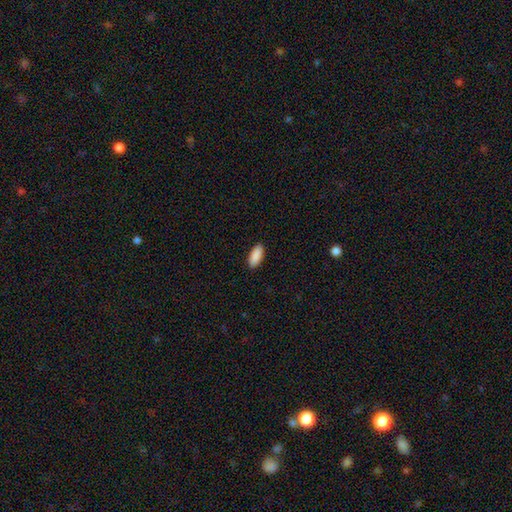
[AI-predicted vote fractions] Q: Smooth or featured?
A: smooth (91%); runner-up: star or artifact (6%)
Q: How rounded?
A: in between (84%); runner-up: cigar-shaped (15%)
Q: Merging?
A: none (91%); runner-up: minor disturbance (7%)